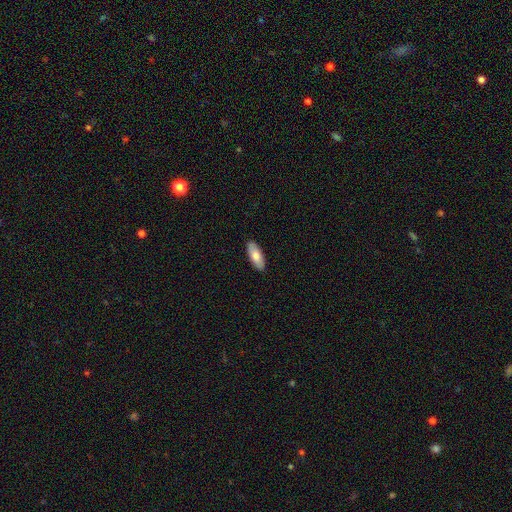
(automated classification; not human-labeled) smooth-or-featured: smooth: 75% | featured or disk: 19% | star or artifact: 6%
  how-rounded: in between: 79% | cigar-shaped: 20% | round: 2%
  merging: none: 90% | minor disturbance: 8% | major disturbance: 2% | merger: 1%